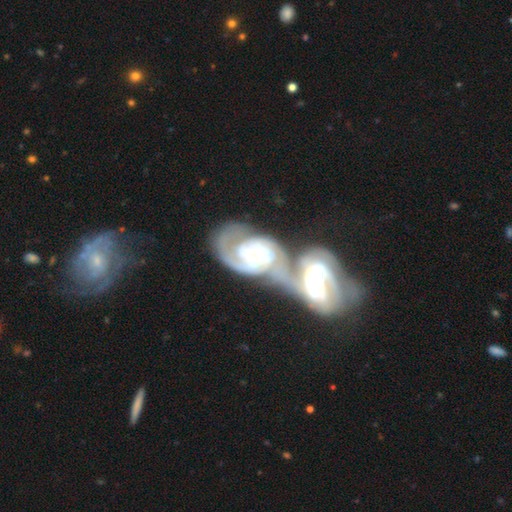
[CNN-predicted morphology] This appears to be a featured or disk galaxy (85%) with no bar (55%), 2 (57%) tight (50%) spiral arms (92%) and a small central bulge (54%). Merging: merger (79%).